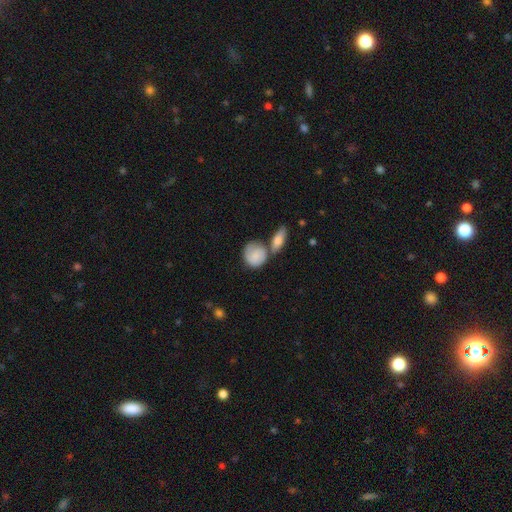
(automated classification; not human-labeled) A smooth galaxy with no disk features (72%) that is round (73%).

Vote fractions:
- Smooth or featured? smooth: 72% / featured or disk: 22% / star or artifact: 6%
- How rounded? round: 73% / in between: 25% / cigar-shaped: 2%
- Merging? none: 44% / merger: 32% / minor disturbance: 17% / major disturbance: 7%